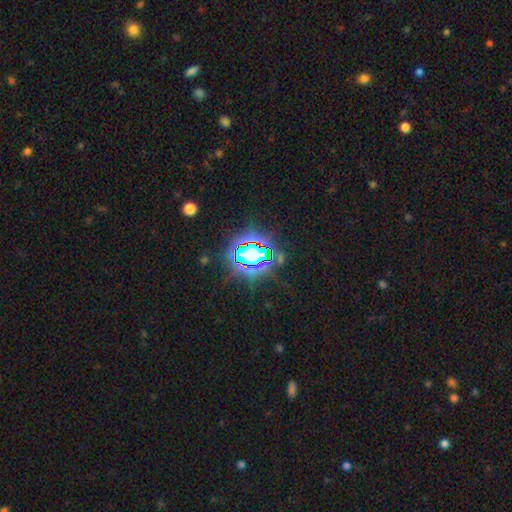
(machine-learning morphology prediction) A star or artifact, not a galaxy (79%).

Vote fractions:
- Smooth or featured? star or artifact: 79% / smooth: 13% / featured or disk: 8%